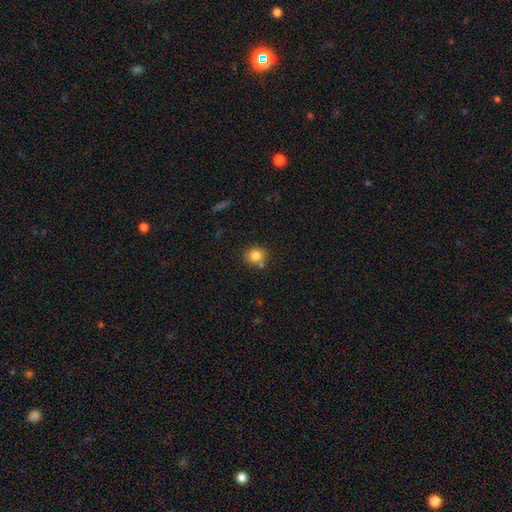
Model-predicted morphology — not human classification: type=smooth (82%); roundness=round (77%); merging=none (71%).